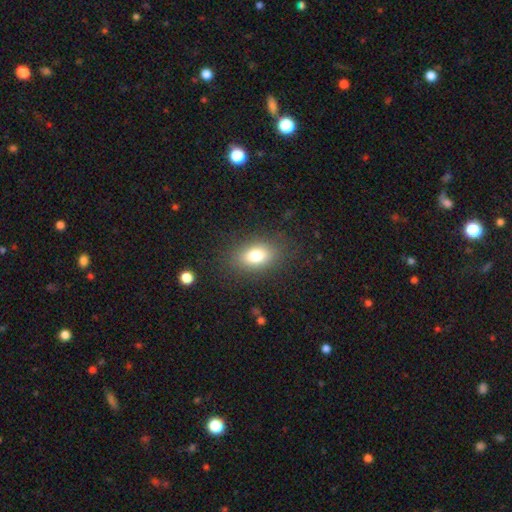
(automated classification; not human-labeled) Smooth or featured? smooth (79%)
How rounded? in between (85%)
Merging? none (84%)